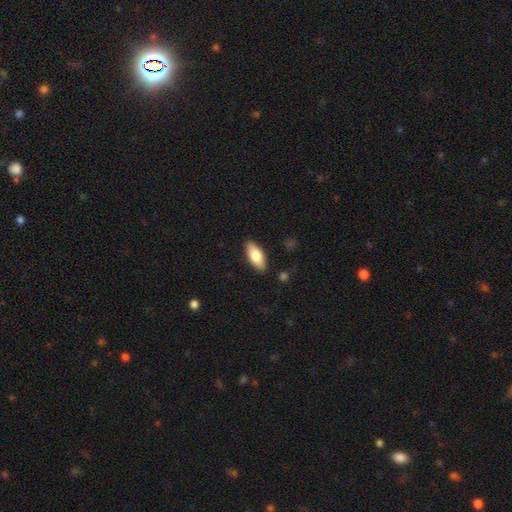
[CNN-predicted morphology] smooth-or-featured: smooth: 77% | featured or disk: 17% | star or artifact: 6%
  how-rounded: in between: 82% | cigar-shaped: 16% | round: 2%
  merging: none: 88% | minor disturbance: 9% | major disturbance: 2% | merger: 1%